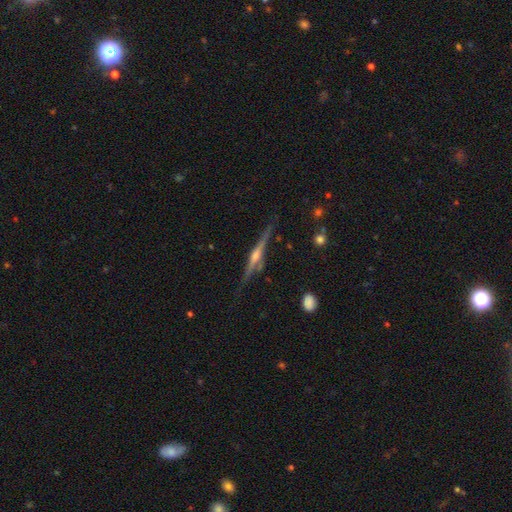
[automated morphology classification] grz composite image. It shows a featured or disk galaxy (82%) viewed edge-on (98%) with a rounded central bulge (83%). Merging: none (82%).